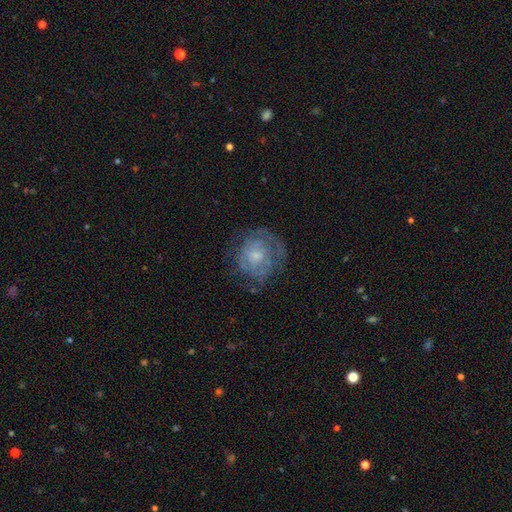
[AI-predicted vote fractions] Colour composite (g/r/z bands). It shows a featured or disk galaxy (62%) with no bar (77%), spiral arms (63%) and a small central bulge (47%). Merging: none (62%).